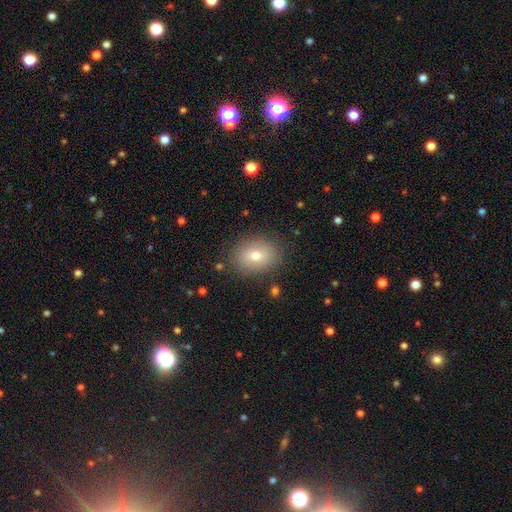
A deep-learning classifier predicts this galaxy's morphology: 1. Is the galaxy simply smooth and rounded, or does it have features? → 71% smooth, 18% featured or disk, 11% star or artifact.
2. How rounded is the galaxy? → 65% in between, 34% round, 1% cigar-shaped.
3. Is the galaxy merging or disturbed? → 85% none, 10% minor disturbance, 3% major disturbance, 1% merger.